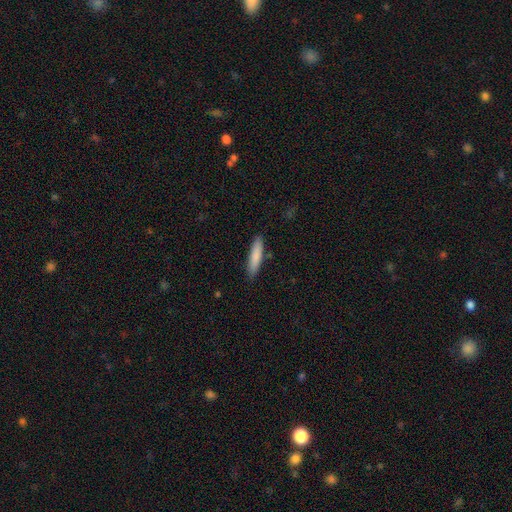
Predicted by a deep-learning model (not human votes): Morphology: type=smooth (84%); roundness=cigar-shaped (78%); merging=none (87%).